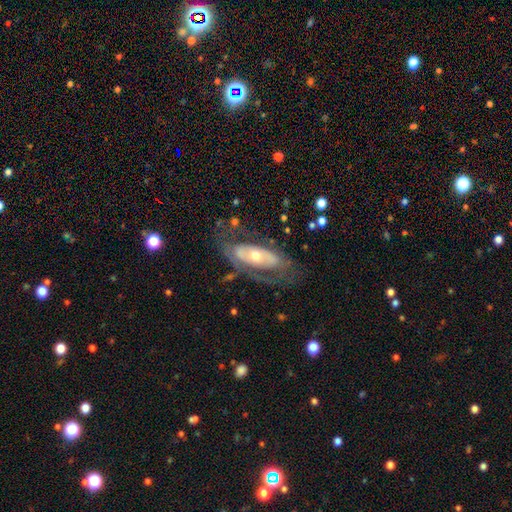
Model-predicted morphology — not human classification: The model was most divided on "spiral arms": yes: 52%, no: 48%. More confident: edge-on disk — no (85%); bar — no (71%); smooth or featured — featured or disk (69%); merging — none (63%); bulge size — moderate (56%).